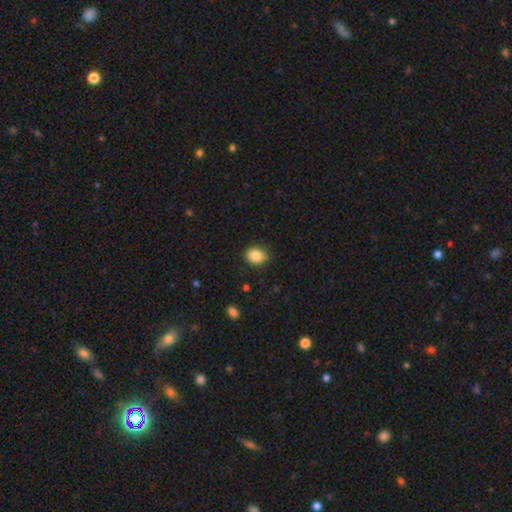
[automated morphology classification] Smooth or featured: smooth — 85% (star or artifact — 9%)
How rounded: in between — 54% (round — 45%)
Merging: none — 82% (minor disturbance — 14%)